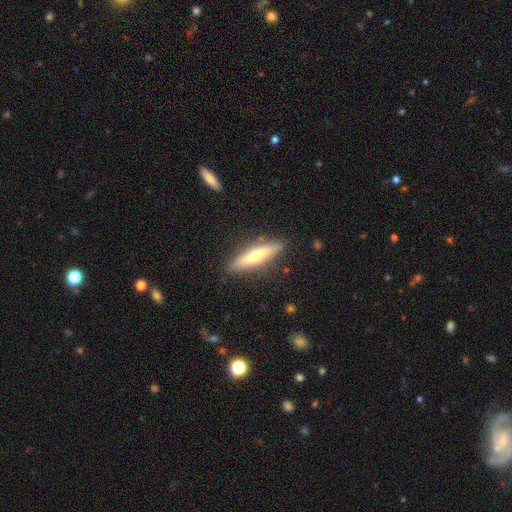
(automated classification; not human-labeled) Smooth or featured: smooth — 50% (featured or disk — 44%)
How rounded: cigar-shaped — 78% (in between — 20%)
Merging: none — 86% (minor disturbance — 10%)